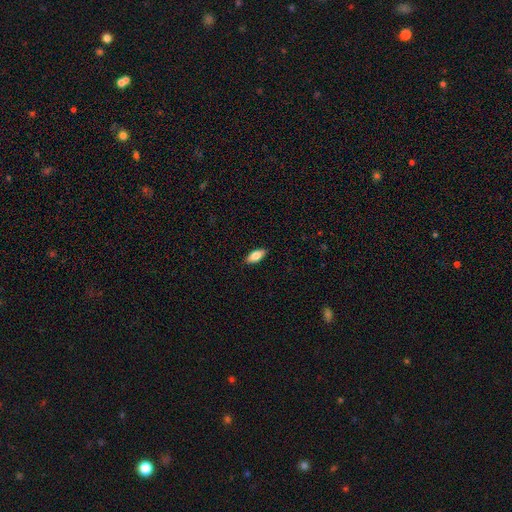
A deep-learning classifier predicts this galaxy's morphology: smooth 80%, featured or disk 14%, star or artifact 6%. Down the decision tree: how rounded — in between (84%); merging — none (89%).